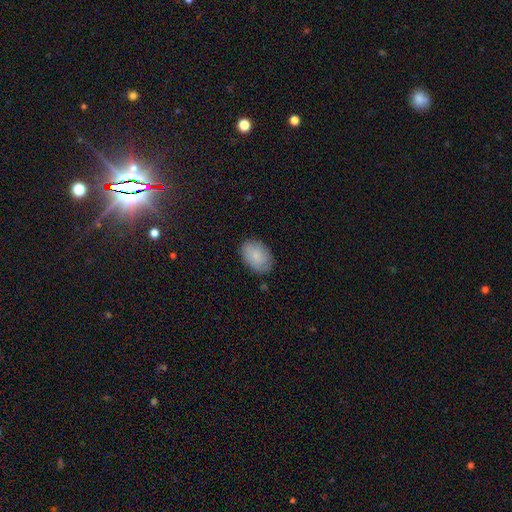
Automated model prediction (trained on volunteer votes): This is clearly a smooth galaxy (82%). How rounded: clearly in between (86%). Merging: clearly none (82%).